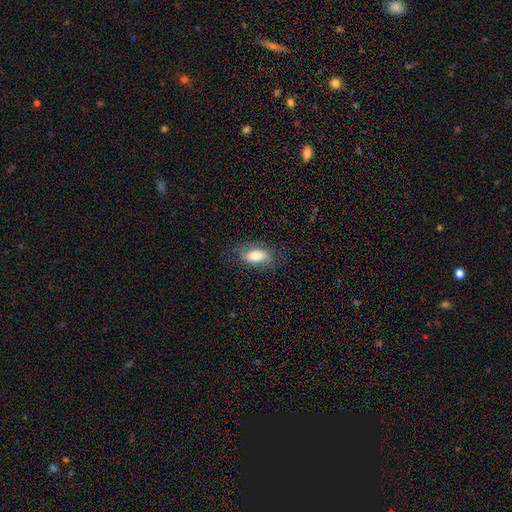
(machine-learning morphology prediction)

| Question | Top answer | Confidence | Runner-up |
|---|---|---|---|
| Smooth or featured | smooth | 77% | featured or disk (16%) |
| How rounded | in between | 84% | cigar-shaped (12%) |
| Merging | none | 75% | minor disturbance (17%) |